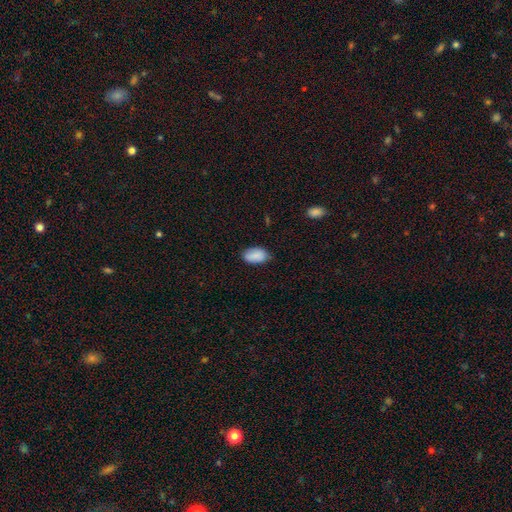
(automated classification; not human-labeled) smooth 87%, star or artifact 7%, featured or disk 6%. Down the decision tree: how rounded — in between (93%); merging — none (72%).